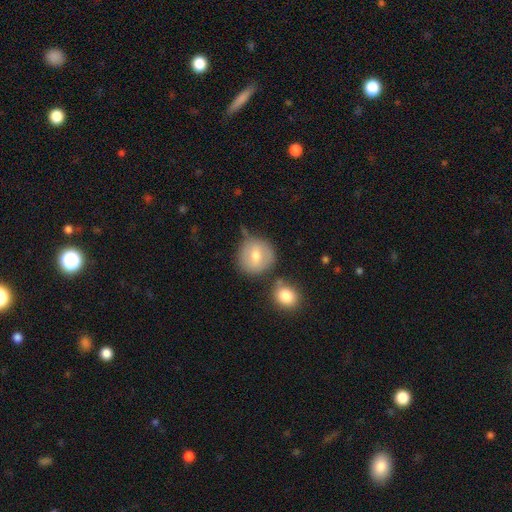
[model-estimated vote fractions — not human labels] smooth 68%, featured or disk 24%, star or artifact 8%. Down the decision tree: how rounded — round (91%); merging — none (68%).